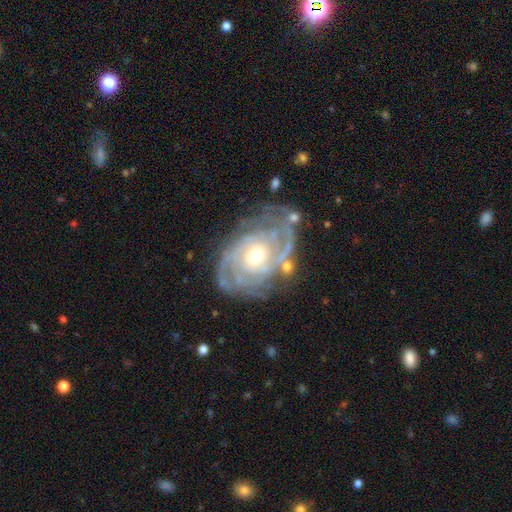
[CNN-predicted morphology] Q: Smooth or featured?
A: featured or disk (89%); runner-up: smooth (6%)
Q: Edge-on disk?
A: no (97%); runner-up: yes (3%)
Q: Bar?
A: no (71%); runner-up: weak (23%)
Q: Spiral arms?
A: yes (96%); runner-up: no (4%)
Q: Spiral winding?
A: tight (69%); runner-up: medium (26%)
Q: Spiral arm count?
A: can't tell (27%); runner-up: 2 (23%)
Q: Bulge size?
A: moderate (56%); runner-up: small (39%)
Q: Merging?
A: none (68%); runner-up: minor disturbance (19%)